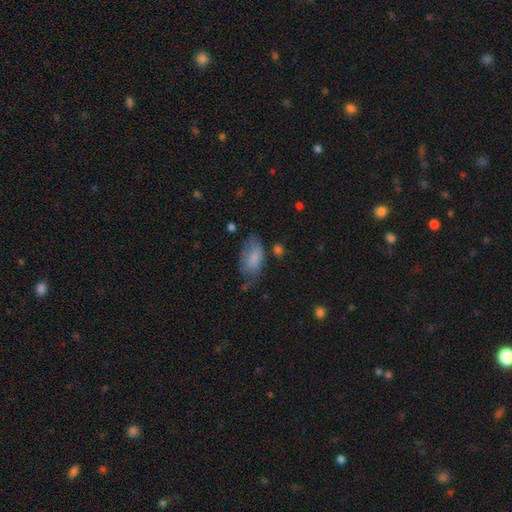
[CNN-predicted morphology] A smooth galaxy with no disk features (66%) that is in between round and cigar-shaped (90%). Merging: none (54%).